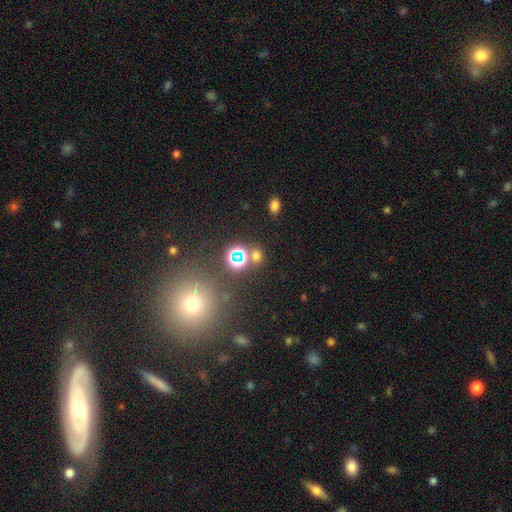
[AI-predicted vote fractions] smooth_or_featured: smooth (p=0.53) [alt: star or artifact p=0.39]
how_rounded: round (p=0.74) [alt: in between p=0.24]
merging: none (p=0.72) [alt: merger p=0.15]